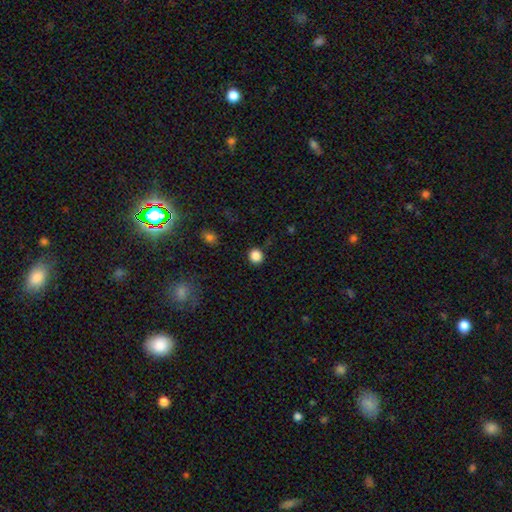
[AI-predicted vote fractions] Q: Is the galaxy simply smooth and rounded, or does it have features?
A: smooth — 86%.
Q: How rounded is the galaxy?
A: round — 92%.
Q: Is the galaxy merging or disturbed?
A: none — 90%.